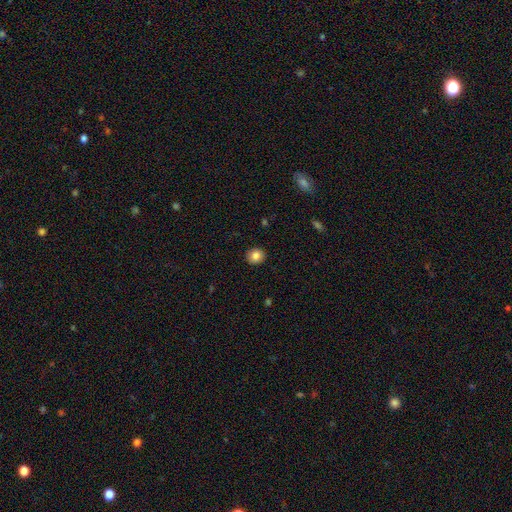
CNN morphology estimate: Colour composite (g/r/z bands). It shows a smooth galaxy with no disk features (84%) that is round (84%). Merging: none (92%).